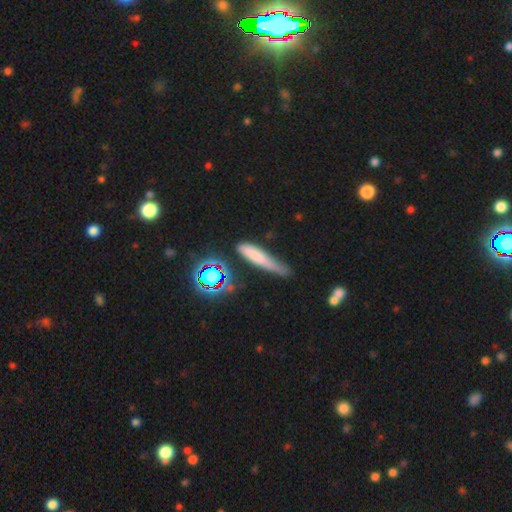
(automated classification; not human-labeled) A smooth galaxy with no disk features (67%) that is cigar-shaped (83%). Merging: none (45%).